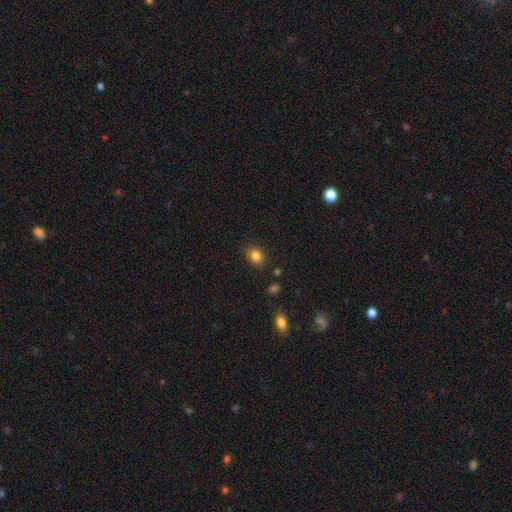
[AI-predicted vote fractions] A smooth galaxy with no disk features (83%) that is round (52%). Merging: none (86%).